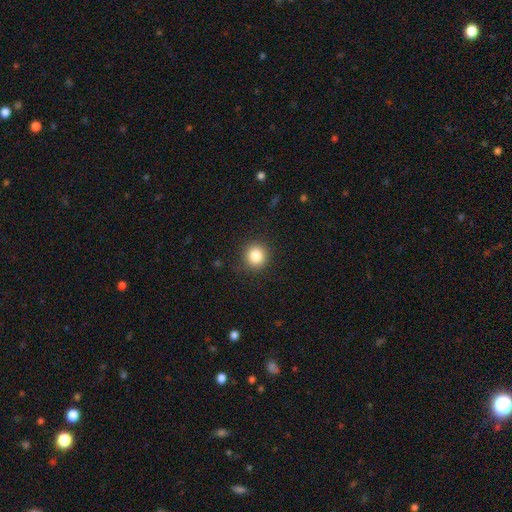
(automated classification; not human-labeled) The model was most divided on "smooth or featured": smooth: 84%, star or artifact: 11%, featured or disk: 5%. More confident: how rounded — round (93%); merging — none (90%).